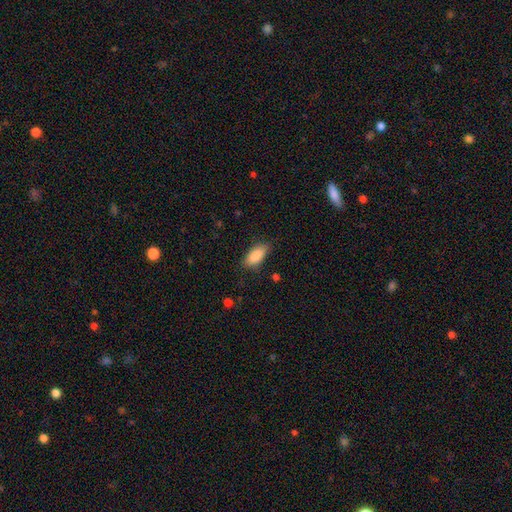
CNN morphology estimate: Smooth or featured: smooth — 87% (star or artifact — 7%)
How rounded: in between — 85% (cigar-shaped — 13%)
Merging: none — 80% (minor disturbance — 15%)